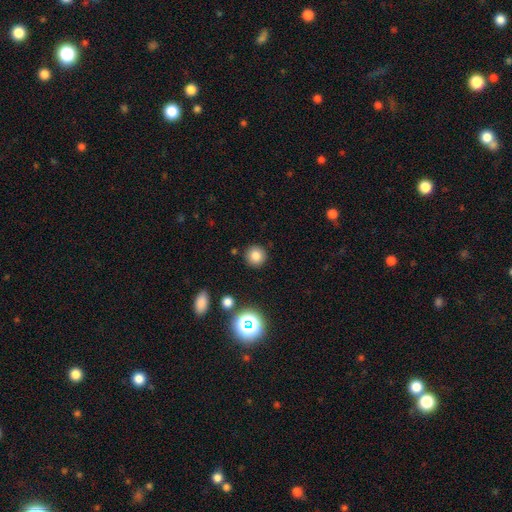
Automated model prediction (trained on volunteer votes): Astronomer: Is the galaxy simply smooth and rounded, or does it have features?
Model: smooth — 81%.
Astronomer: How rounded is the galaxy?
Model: round — 93%.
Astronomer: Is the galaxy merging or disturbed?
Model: none — 89%.